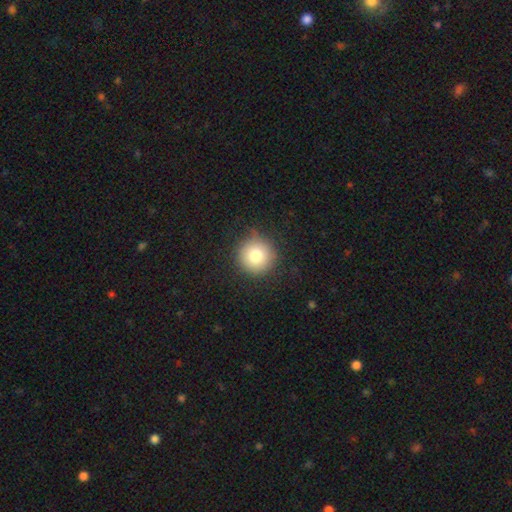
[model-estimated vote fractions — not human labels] Smooth or featured?
  - smooth: 79% *
  - star or artifact: 10%
  - featured or disk: 10%
How rounded?
  - round: 95% *
  - in between: 4%
  - cigar-shaped: 1%
Merging?
  - none: 84% *
  - minor disturbance: 12%
  - major disturbance: 3%
  - merger: 1%